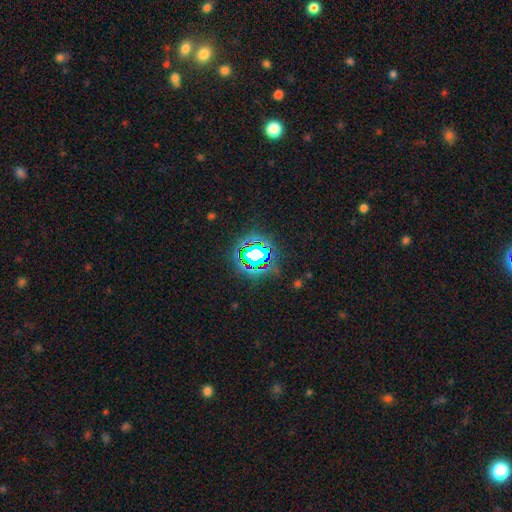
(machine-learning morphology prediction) smooth-or-featured: star or artifact: 69% | smooth: 18% | featured or disk: 13%